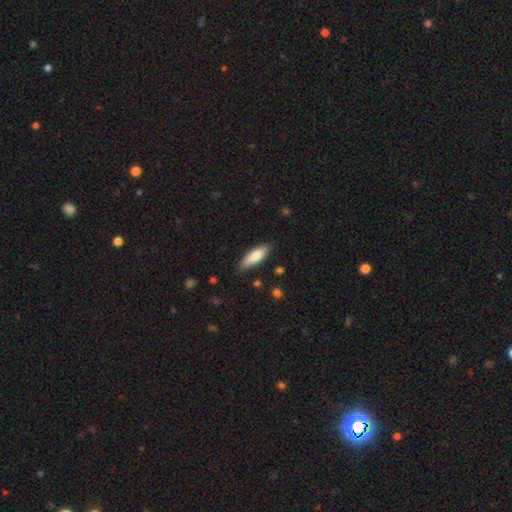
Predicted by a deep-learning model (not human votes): A smooth galaxy with no disk features (78%) that is in between round and cigar-shaped (60%).

Vote fractions:
- Smooth or featured? smooth: 78% / featured or disk: 16% / star or artifact: 6%
- How rounded? in between: 60% / cigar-shaped: 39% / round: 2%
- Merging? none: 83% / minor disturbance: 13% / major disturbance: 2% / merger: 1%